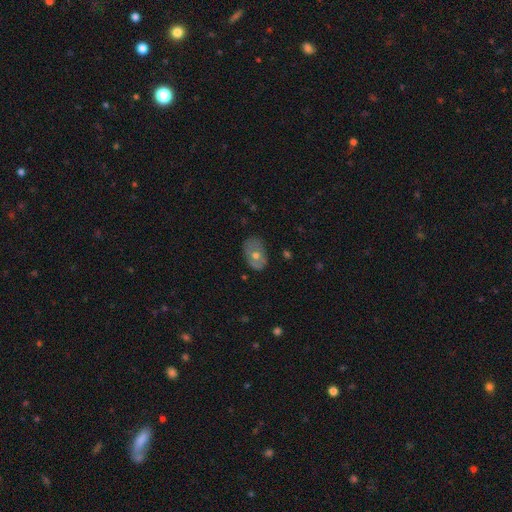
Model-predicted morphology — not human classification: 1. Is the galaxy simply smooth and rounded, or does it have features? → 48% smooth, 43% featured or disk, 9% star or artifact.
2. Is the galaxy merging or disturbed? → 72% none, 21% minor disturbance, 5% major disturbance, 2% merger.